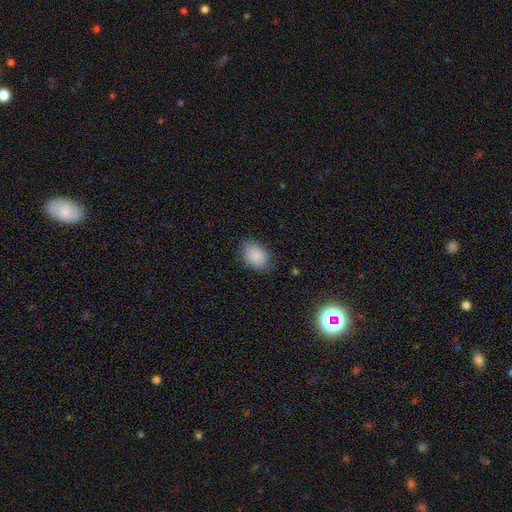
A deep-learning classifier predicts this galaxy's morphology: type=smooth (88%); roundness=in between (80%); merging=none (80%).